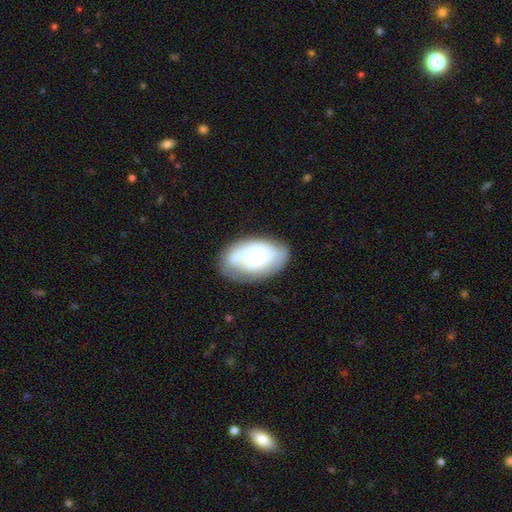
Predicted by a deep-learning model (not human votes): smooth 48%, featured or disk 44%, star or artifact 8%. Down the decision tree: merging — none (67%).